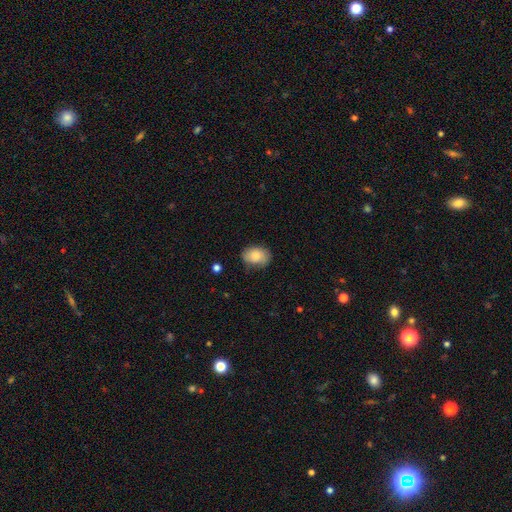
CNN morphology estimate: Overall: smooth (81%). How rounded: in between (78%). Merging: none (72%).